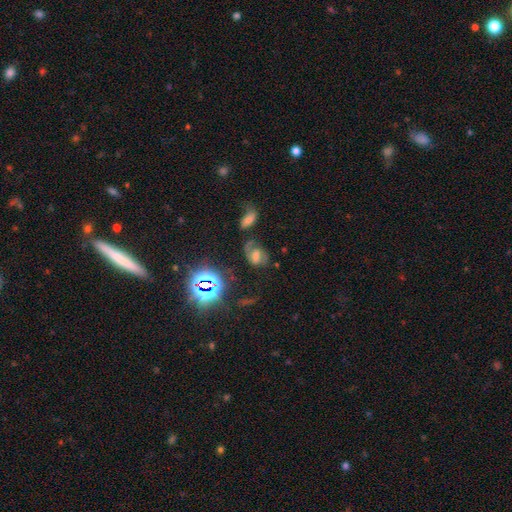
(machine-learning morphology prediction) This is marginally a featured or disk galaxy (43%). Merging: possibly none (48%).